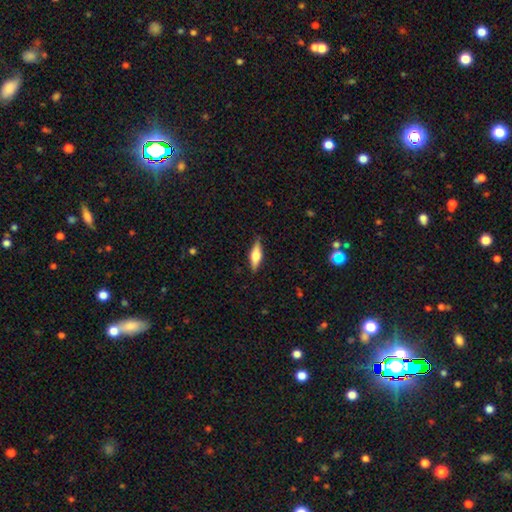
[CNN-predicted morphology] This is possibly a featured or disk galaxy (52%). It is clearly viewed edge-on (95%). Merging: clearly none (87%).